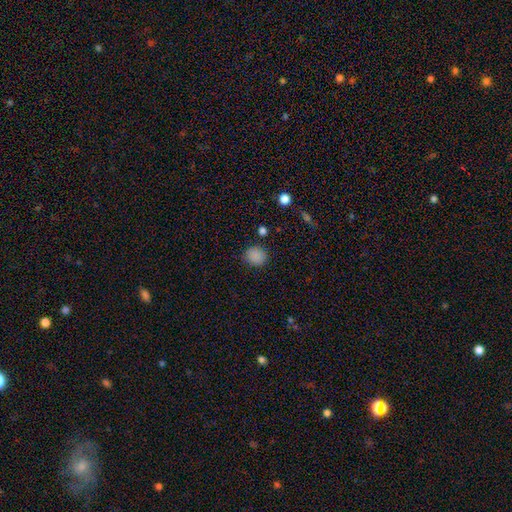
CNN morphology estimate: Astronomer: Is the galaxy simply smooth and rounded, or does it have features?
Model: smooth — 85%.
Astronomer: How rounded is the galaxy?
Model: round — 77%.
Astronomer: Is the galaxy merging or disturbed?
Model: none — 85%.